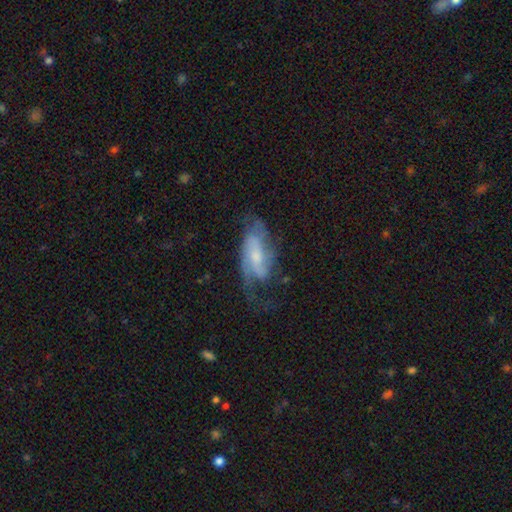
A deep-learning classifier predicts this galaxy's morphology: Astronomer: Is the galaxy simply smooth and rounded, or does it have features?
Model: featured or disk — 73%.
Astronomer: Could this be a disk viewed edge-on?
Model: no — 92%.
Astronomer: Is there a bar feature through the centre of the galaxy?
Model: no — 49% (runner-up: weak, 39%).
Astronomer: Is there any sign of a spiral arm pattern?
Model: yes — 90%.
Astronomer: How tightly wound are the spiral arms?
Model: medium — 45% (runner-up: loose, 28%).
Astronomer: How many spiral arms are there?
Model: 2 — 50%.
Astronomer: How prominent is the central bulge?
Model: small — 42% (runner-up: moderate, 40%).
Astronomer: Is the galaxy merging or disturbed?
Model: none — 49% (runner-up: major disturbance, 25%).